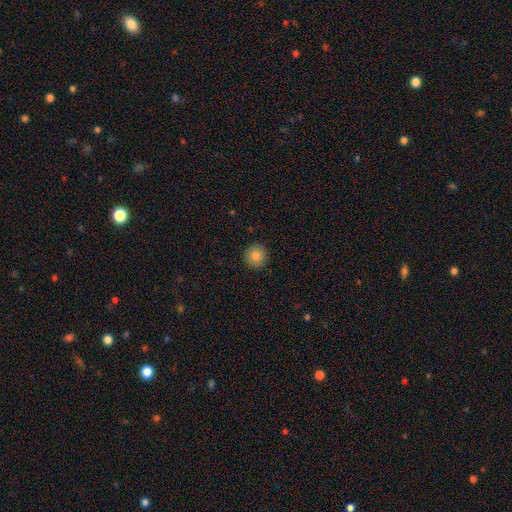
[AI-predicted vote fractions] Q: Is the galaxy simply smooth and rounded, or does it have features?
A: smooth — 82%.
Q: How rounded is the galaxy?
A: round — 95%.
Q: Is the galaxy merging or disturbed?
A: none — 92%.